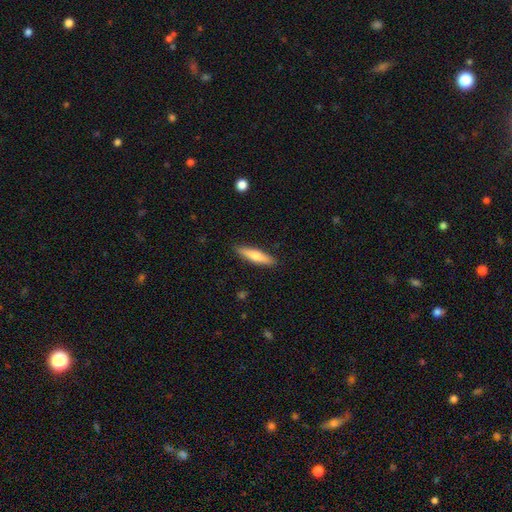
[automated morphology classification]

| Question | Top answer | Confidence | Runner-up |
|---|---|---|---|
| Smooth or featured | smooth | 65% | featured or disk (30%) |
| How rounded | cigar-shaped | 80% | in between (18%) |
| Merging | none | 89% | minor disturbance (8%) |